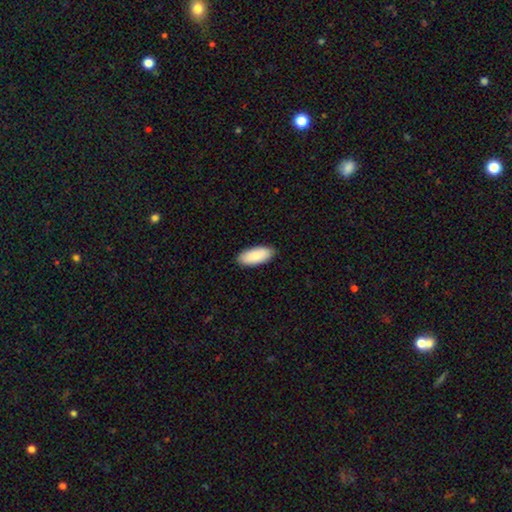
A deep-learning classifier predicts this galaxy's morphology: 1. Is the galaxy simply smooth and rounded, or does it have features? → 90% smooth, 5% featured or disk, 5% star or artifact.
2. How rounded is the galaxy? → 89% in between, 10% cigar-shaped, 2% round.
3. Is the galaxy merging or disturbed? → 89% none, 8% minor disturbance, 1% major disturbance, 1% merger.